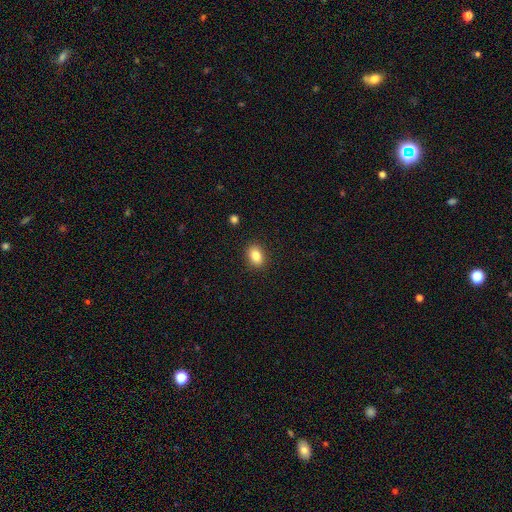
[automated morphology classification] smooth-or-featured: smooth: 84% | star or artifact: 9% | featured or disk: 7%
  how-rounded: in between: 73% | round: 26% | cigar-shaped: 1%
  merging: none: 90% | minor disturbance: 7% | major disturbance: 2% | merger: 1%